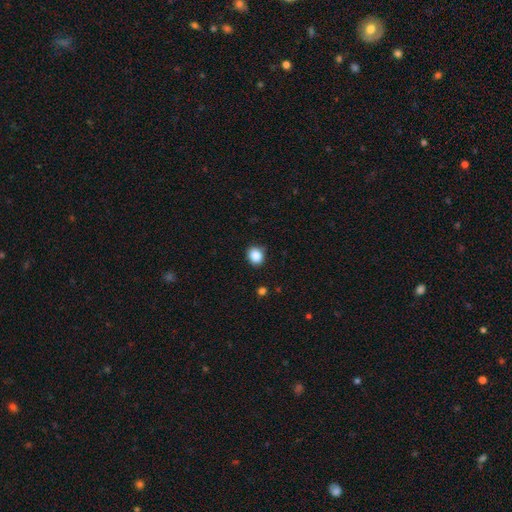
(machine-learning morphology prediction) smooth-or-featured: smooth: 86% | star or artifact: 10% | featured or disk: 4%
  how-rounded: round: 68% | in between: 32% | cigar-shaped: 1%
  merging: none: 86% | minor disturbance: 10% | major disturbance: 2% | merger: 1%